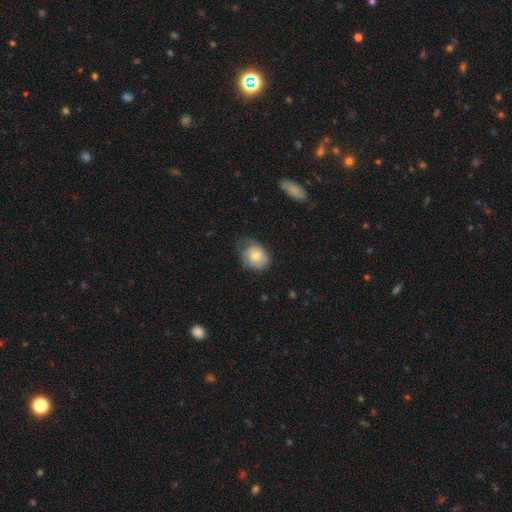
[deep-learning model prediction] A smooth galaxy with no disk features (71%) that is round (52%). Merging: none (45%).